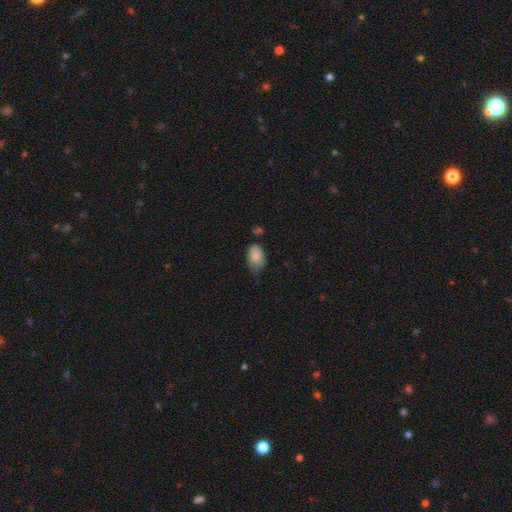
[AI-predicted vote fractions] Smooth or featured? Predicted: smooth (p=0.84). How rounded? Predicted: in between (p=0.90). Merging? Predicted: none (p=0.54).